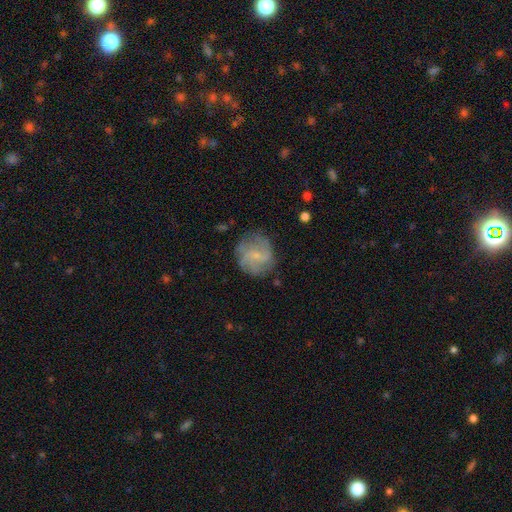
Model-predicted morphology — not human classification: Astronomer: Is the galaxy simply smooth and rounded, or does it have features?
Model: featured or disk — 63%.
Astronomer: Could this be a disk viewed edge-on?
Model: no — 97%.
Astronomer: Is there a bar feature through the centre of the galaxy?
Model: weak — 47% (runner-up: no, 44%).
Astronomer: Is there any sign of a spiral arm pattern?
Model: yes — 85%.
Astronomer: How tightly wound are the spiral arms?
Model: medium — 42% (runner-up: loose, 36%).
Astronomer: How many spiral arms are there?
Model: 2 — 38% (runner-up: can't tell, 30%).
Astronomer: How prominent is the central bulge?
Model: small — 66%.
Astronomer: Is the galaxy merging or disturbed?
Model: none — 71%.